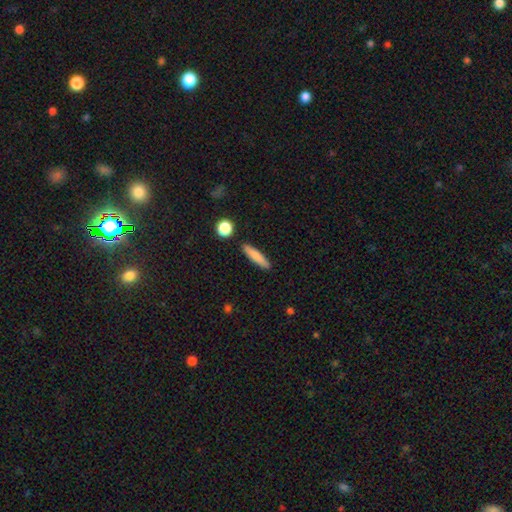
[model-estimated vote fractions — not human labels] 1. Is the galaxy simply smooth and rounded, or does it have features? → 81% smooth, 13% featured or disk, 7% star or artifact.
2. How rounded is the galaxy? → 84% cigar-shaped, 14% in between, 2% round.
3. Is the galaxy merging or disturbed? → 88% none, 8% minor disturbance, 2% merger, 2% major disturbance.